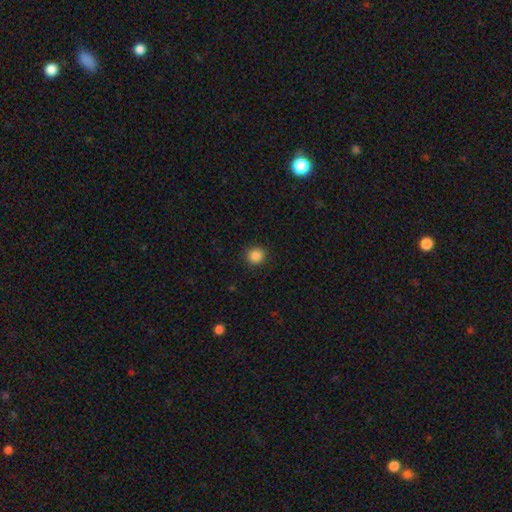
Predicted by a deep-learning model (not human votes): The model was most divided on "smooth or featured": smooth: 87%, star or artifact: 10%, featured or disk: 3%. More confident: merging — none (91%); how rounded — round (90%).